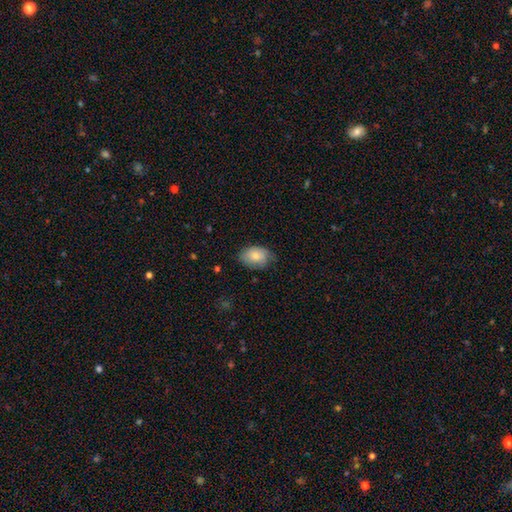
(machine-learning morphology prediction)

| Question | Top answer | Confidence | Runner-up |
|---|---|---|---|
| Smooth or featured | smooth | 77% | featured or disk (16%) |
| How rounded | in between | 84% | round (15%) |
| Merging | none | 66% | minor disturbance (27%) |